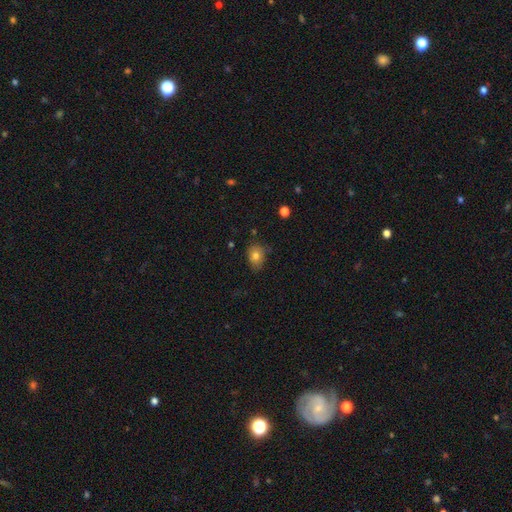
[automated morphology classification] This appears to be a smooth galaxy with no disk features (78%) that is in between round and cigar-shaped (53%). Merging: none (67%).